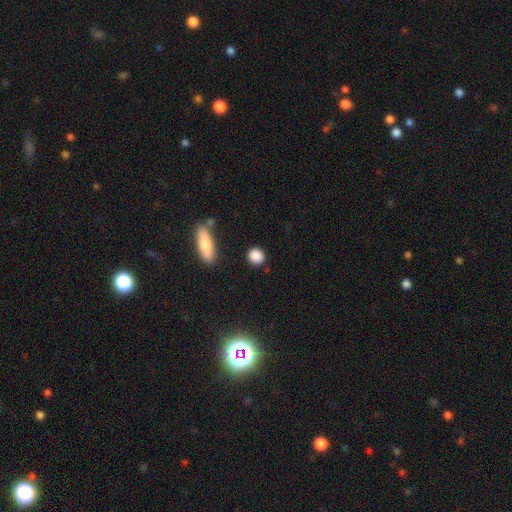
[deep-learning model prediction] Smooth or featured? smooth (88%)
How rounded? round (80%)
Merging? none (85%)